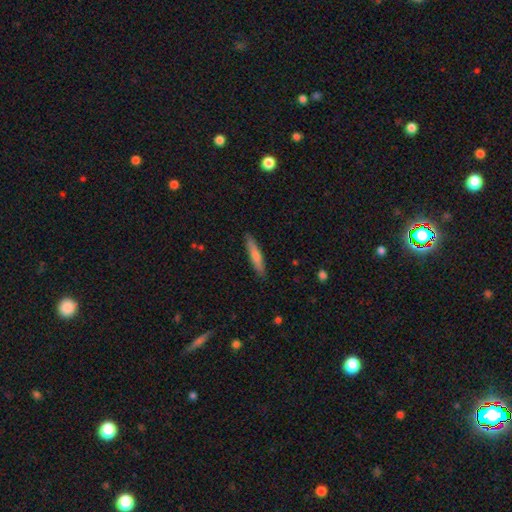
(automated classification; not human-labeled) Smooth or featured?
  - smooth: 64% *
  - featured or disk: 30%
  - star or artifact: 6%
How rounded?
  - cigar-shaped: 90% *
  - in between: 8%
  - round: 2%
Merging?
  - none: 89% *
  - minor disturbance: 8%
  - major disturbance: 2%
  - merger: 1%